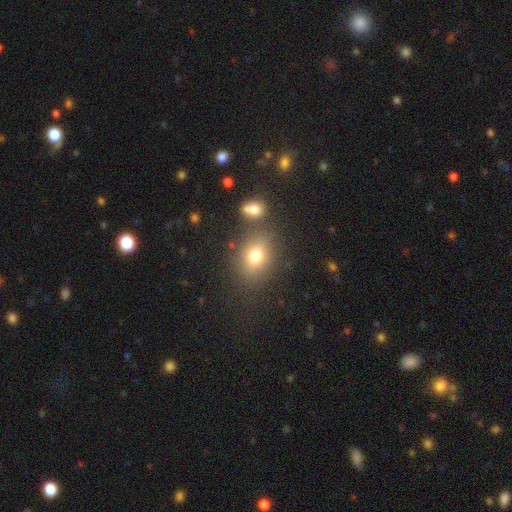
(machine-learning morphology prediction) Smooth or featured: smooth — 76% (star or artifact — 13%)
How rounded: in between — 61% (round — 37%)
Merging: none — 73% (minor disturbance — 12%)